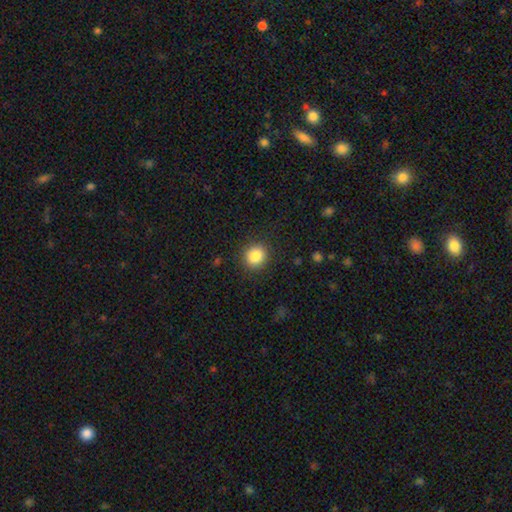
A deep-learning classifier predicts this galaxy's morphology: Smooth or featured?
  - smooth: 86% *
  - star or artifact: 10%
  - featured or disk: 5%
How rounded?
  - round: 86% *
  - in between: 13%
  - cigar-shaped: 1%
Merging?
  - none: 89% *
  - minor disturbance: 7%
  - major disturbance: 3%
  - merger: 1%